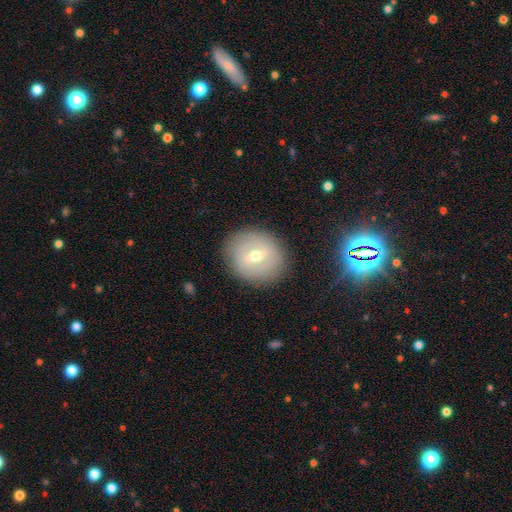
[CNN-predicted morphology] This is likely a featured or disk galaxy (61%). It is clearly not viewed edge-on (94%). Bar: possibly weak (54%). Spiral arm pattern: possibly yes (53%). Central bulge: likely moderate (63%). Merging: clearly none (85%).